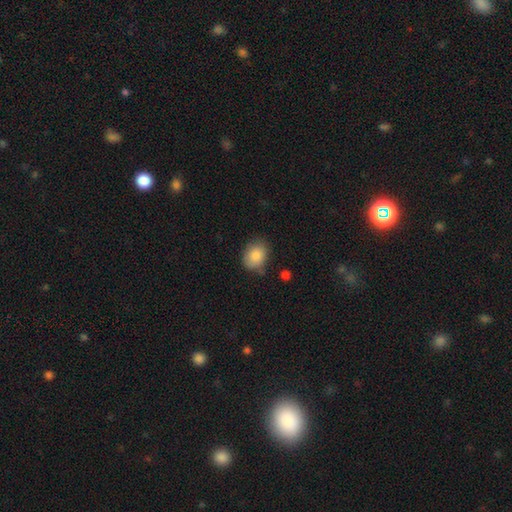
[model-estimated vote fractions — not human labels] smooth_or_featured: smooth (p=0.84) [alt: featured or disk p=0.08]
how_rounded: in between (p=0.58) [alt: round p=0.41]
merging: none (p=0.64) [alt: minor disturbance p=0.27]